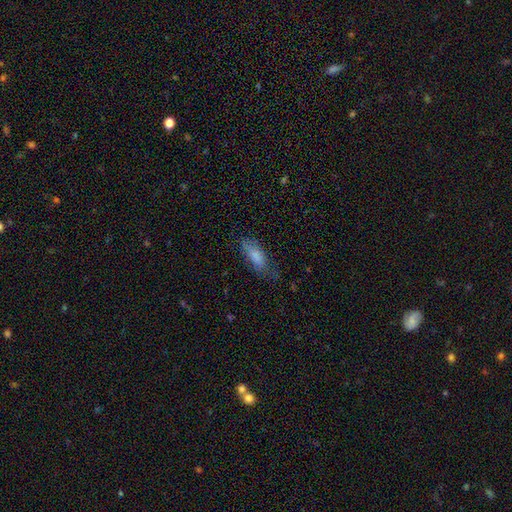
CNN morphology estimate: A smooth galaxy with no disk features (78%) that is in between round and cigar-shaped (74%).

Vote fractions:
- Smooth or featured? smooth: 78% / featured or disk: 14% / star or artifact: 7%
- How rounded? in between: 74% / cigar-shaped: 24% / round: 2%
- Merging? none: 55% / minor disturbance: 29% / major disturbance: 14% / merger: 2%